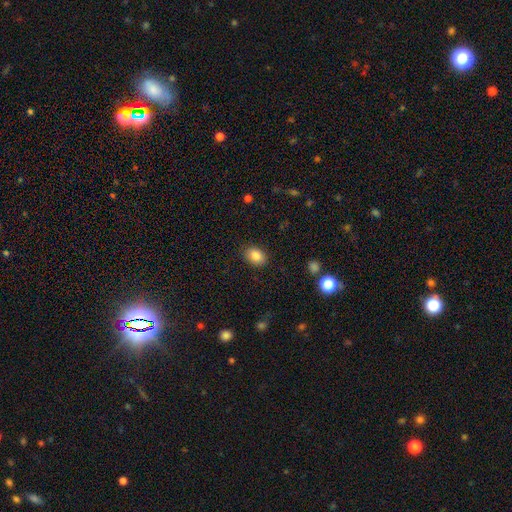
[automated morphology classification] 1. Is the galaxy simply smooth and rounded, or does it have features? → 85% smooth, 9% star or artifact, 6% featured or disk.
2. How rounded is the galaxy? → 75% in between, 24% round, 1% cigar-shaped.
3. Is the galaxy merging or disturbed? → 88% none, 9% minor disturbance, 2% major disturbance, 1% merger.